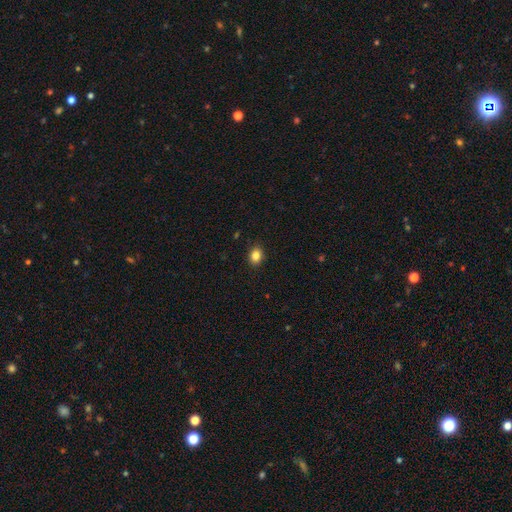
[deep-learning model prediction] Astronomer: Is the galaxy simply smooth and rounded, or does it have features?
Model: smooth — 85%.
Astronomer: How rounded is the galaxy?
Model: in between — 52% (runner-up: round, 48%).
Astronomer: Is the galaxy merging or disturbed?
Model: none — 90%.